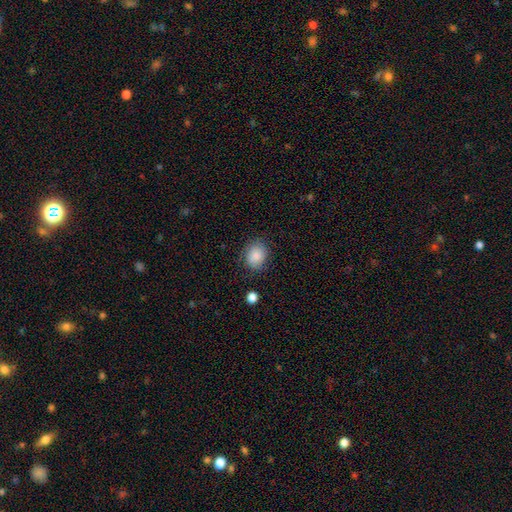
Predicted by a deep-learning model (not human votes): Morphology: type=smooth (86%); roundness=round (57%); merging=none (78%).